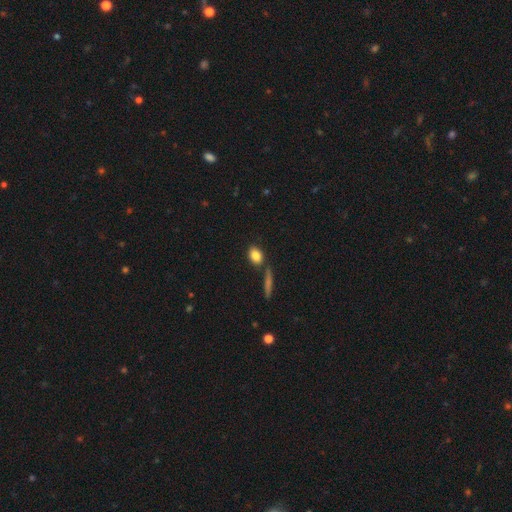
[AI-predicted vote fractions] Q: Smooth or featured?
A: smooth (83%); runner-up: featured or disk (8%)
Q: How rounded?
A: in between (70%); runner-up: round (24%)
Q: Merging?
A: none (72%); runner-up: merger (13%)